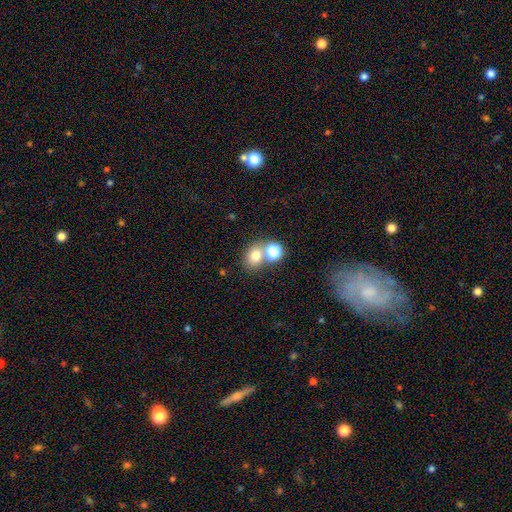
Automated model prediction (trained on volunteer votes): A smooth galaxy with no disk features (75%) that is round (58%).

Vote fractions:
- Smooth or featured? smooth: 75% / star or artifact: 14% / featured or disk: 10%
- How rounded? round: 58% / in between: 41% / cigar-shaped: 1%
- Merging? none: 52% / merger: 36% / minor disturbance: 9% / major disturbance: 4%